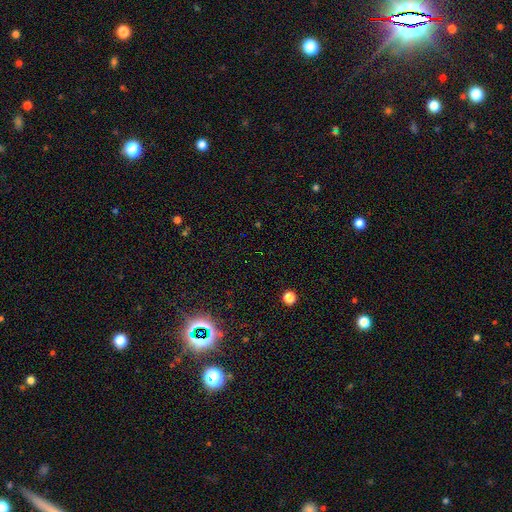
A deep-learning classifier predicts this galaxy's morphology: Q: Smooth or featured?
A: star or artifact (69%); runner-up: smooth (24%)